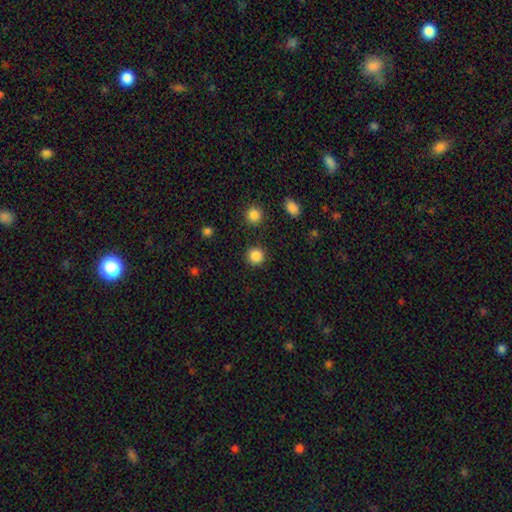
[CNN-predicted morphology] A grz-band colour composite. It shows a smooth galaxy with no disk features (86%) that is round (94%). Merging: none (90%).